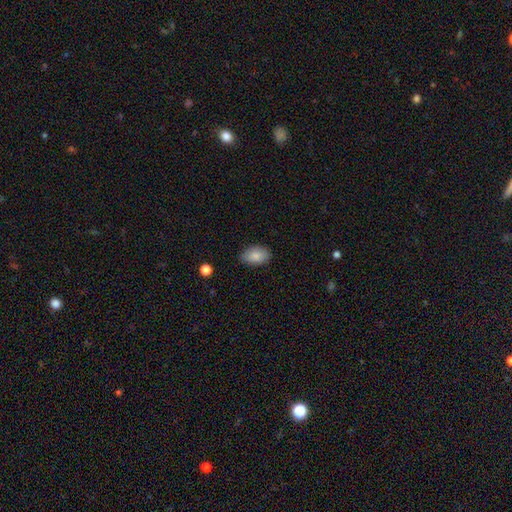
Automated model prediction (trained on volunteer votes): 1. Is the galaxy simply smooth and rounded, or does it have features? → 86% smooth, 7% star or artifact, 7% featured or disk.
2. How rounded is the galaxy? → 91% in between, 8% round, 1% cigar-shaped.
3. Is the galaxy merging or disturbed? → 82% none, 14% minor disturbance, 3% major disturbance, 1% merger.